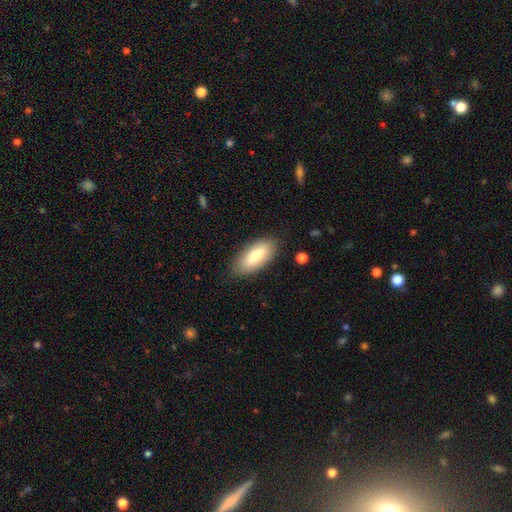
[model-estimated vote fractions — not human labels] Smooth or featured?
  - smooth: 72% *
  - featured or disk: 21%
  - star or artifact: 6%
How rounded?
  - in between: 85% *
  - cigar-shaped: 13%
  - round: 2%
Merging?
  - none: 86% *
  - minor disturbance: 10%
  - major disturbance: 3%
  - merger: 1%